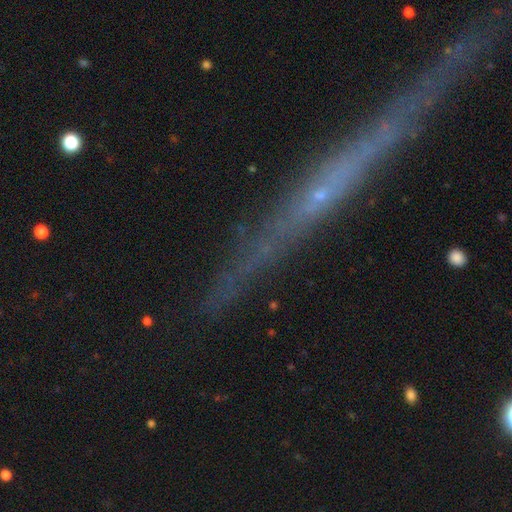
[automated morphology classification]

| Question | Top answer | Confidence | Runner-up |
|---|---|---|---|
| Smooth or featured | featured or disk | 60% | smooth (22%) |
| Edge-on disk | yes | 87% | no (13%) |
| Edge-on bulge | none | 64% | rounded (29%) |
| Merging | none | 83% | minor disturbance (11%) |